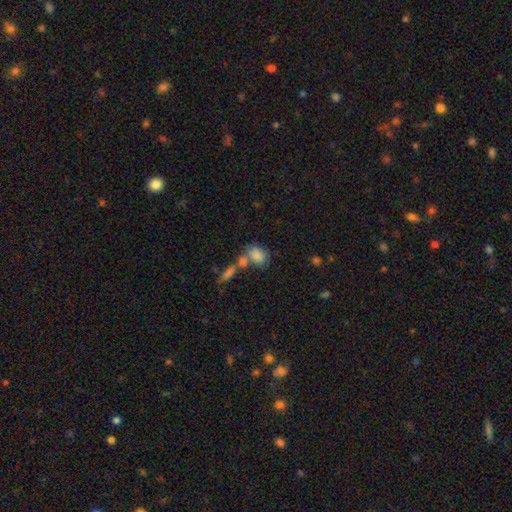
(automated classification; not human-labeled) Q: Smooth or featured?
A: smooth (82%); runner-up: featured or disk (10%)
Q: How rounded?
A: in between (75%); runner-up: round (22%)
Q: Merging?
A: merger (42%); runner-up: none (40%)